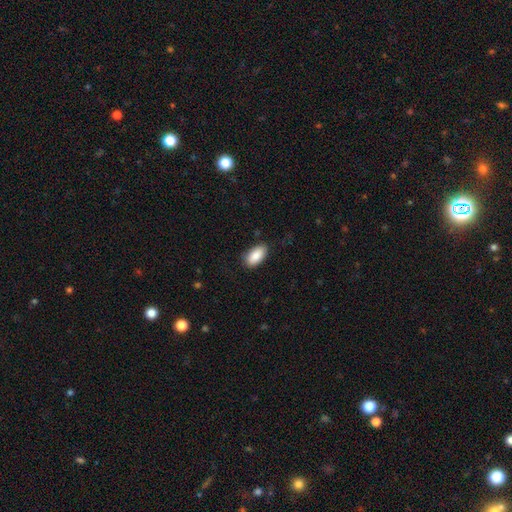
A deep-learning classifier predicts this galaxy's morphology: Overall: smooth (88%). How rounded: in between (94%). Merging: none (83%).